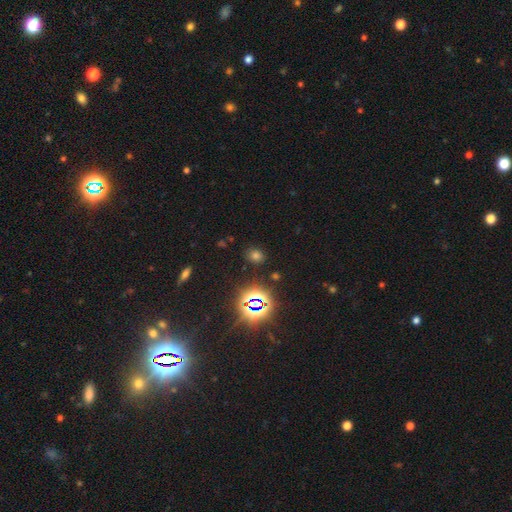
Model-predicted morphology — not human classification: Smooth or featured: smooth — 60% (star or artifact — 33%)
How rounded: in between — 49% (tied with round — 49%)
Merging: none — 84% (minor disturbance — 10%)